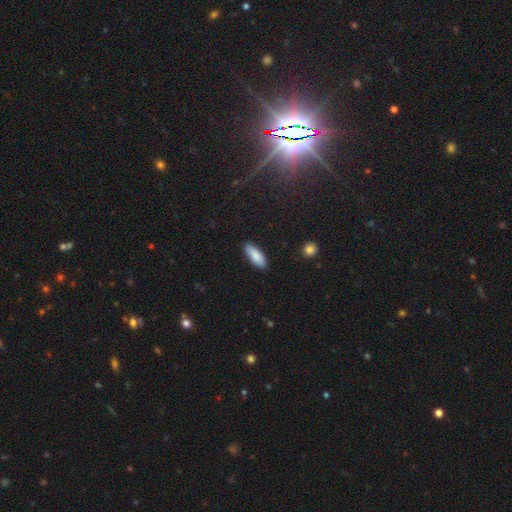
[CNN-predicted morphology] This is clearly a smooth galaxy (86%). How rounded: likely in between (66%). Merging: clearly none (85%).